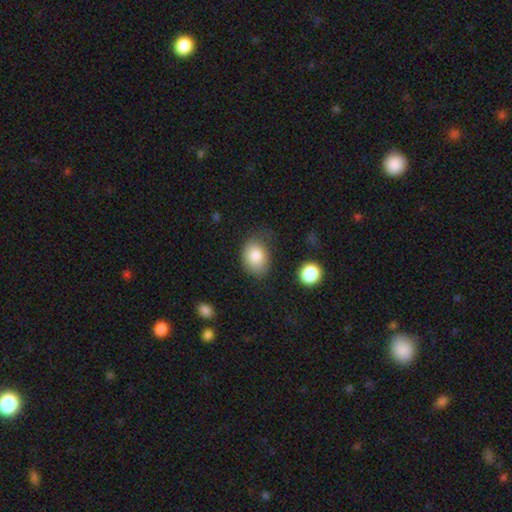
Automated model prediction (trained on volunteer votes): smooth_or_featured: smooth (p=0.84) [alt: featured or disk p=0.08]
how_rounded: in between (p=0.70) [alt: round p=0.30]
merging: none (p=0.63) [alt: minor disturbance p=0.25]